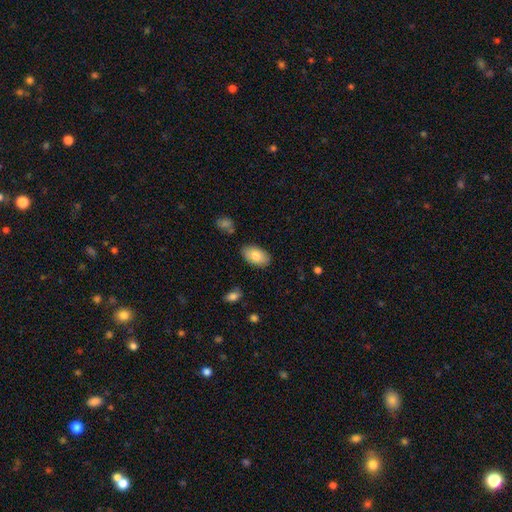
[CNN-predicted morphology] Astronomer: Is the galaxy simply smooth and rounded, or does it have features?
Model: smooth — 82%.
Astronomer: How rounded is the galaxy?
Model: in between — 94%.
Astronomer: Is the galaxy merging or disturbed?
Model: none — 83%.